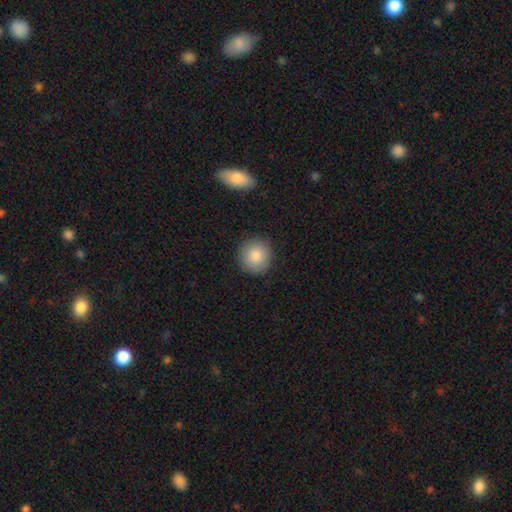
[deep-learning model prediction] This is clearly a smooth galaxy (85%). How rounded: clearly round (93%). Merging: clearly none (90%).